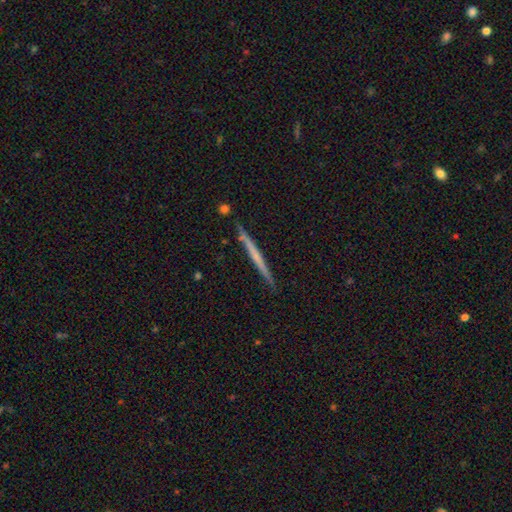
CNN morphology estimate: type=featured or disk (51%); edge-on=yes (97%); merging=none (87%).